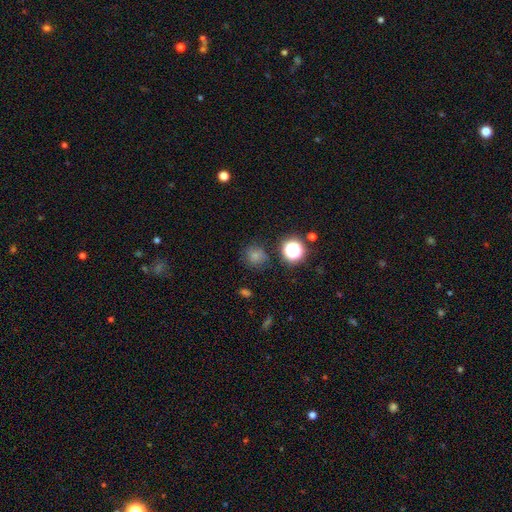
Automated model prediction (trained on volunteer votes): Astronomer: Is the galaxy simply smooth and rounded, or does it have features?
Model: smooth — 73%.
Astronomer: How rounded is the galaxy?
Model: round — 89%.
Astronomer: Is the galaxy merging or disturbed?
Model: none — 79%.